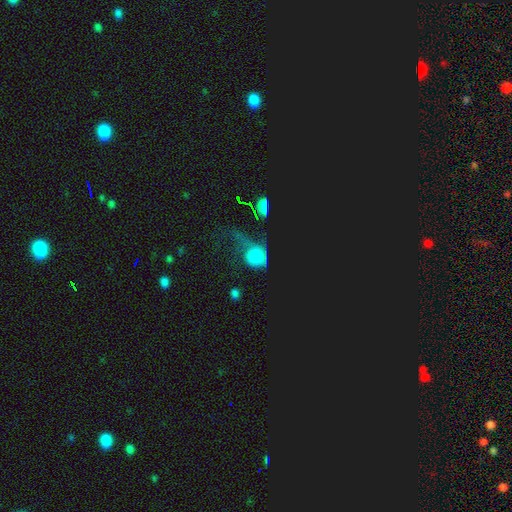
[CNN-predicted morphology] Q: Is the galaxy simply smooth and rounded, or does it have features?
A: smooth — 53%.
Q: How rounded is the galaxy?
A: round — 69%.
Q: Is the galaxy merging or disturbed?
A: major disturbance — 50%.